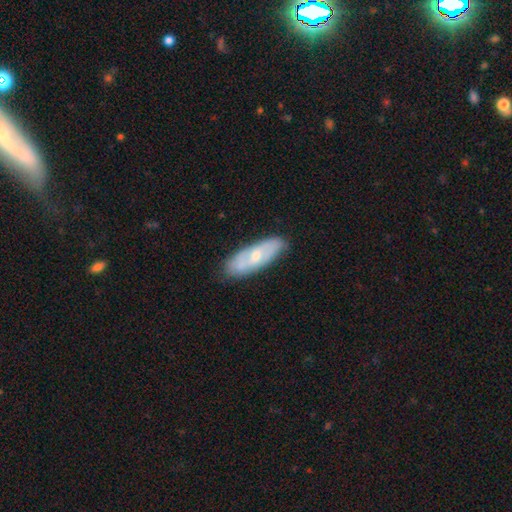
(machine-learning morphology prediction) smooth_or_featured: featured or disk (p=0.51) [alt: smooth p=0.43]
disk_edge_on: no (p=0.78) [alt: yes p=0.22]
merging: none (p=0.82) [alt: minor disturbance p=0.14]